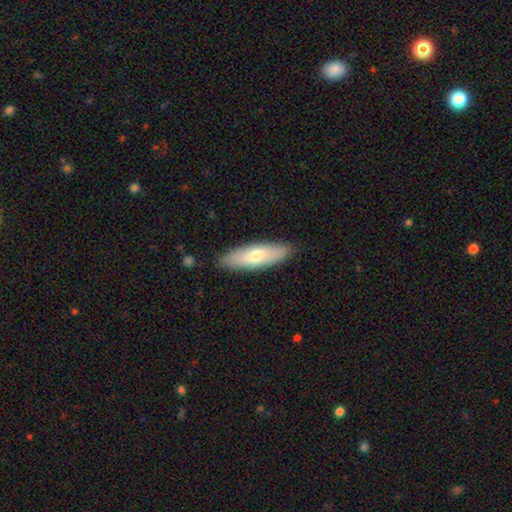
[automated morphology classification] A smooth galaxy with no disk features (66%) that is in between round and cigar-shaped (52%). Merging: none (87%).